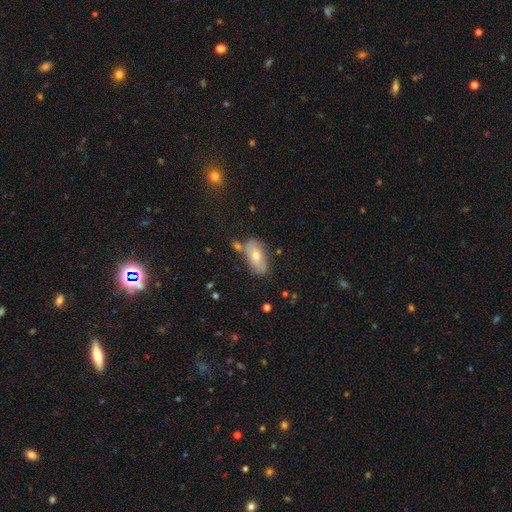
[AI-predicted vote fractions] Smooth or featured? Predicted: smooth (p=0.61). How rounded? Predicted: in between (p=0.91). Merging? Predicted: none (p=0.64).